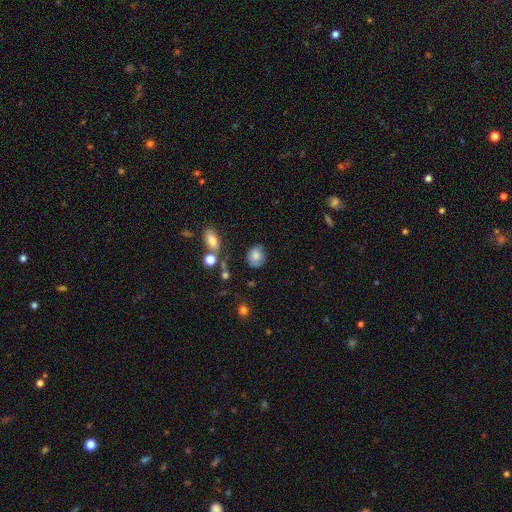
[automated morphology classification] Smooth or featured: smooth — 75% (featured or disk — 16%)
How rounded: round — 57% (in between — 41%)
Merging: none — 64% (minor disturbance — 25%)